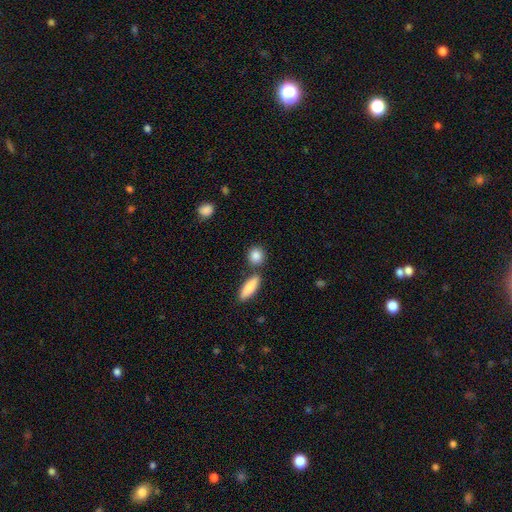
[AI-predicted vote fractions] Morphology: type=smooth (87%); roundness=round (65%); merging=none (73%).